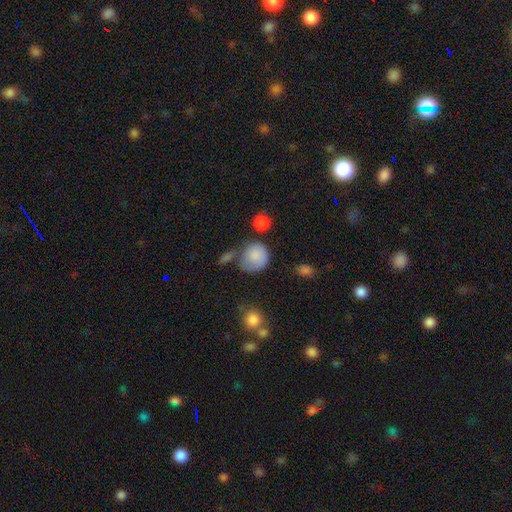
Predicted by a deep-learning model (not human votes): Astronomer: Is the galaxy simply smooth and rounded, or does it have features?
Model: smooth — 82%.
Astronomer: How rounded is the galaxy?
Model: round — 80%.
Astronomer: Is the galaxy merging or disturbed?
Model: none — 49% (runner-up: minor disturbance, 27%).